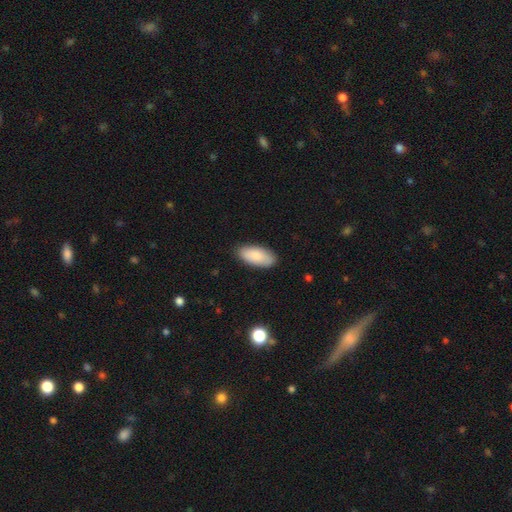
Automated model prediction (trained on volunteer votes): Overall: smooth (86%). How rounded: in between (90%). Merging: none (86%).